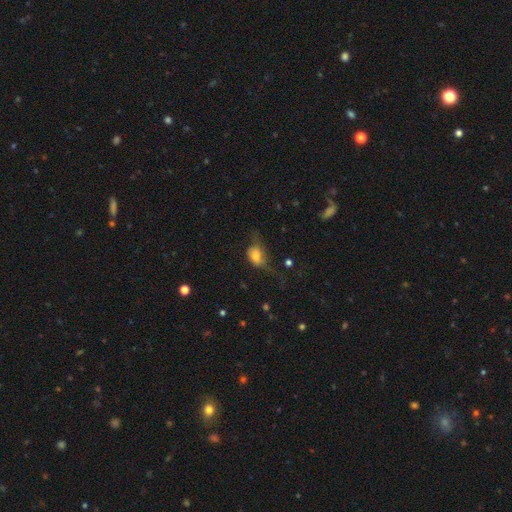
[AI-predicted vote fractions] This appears to be a smooth galaxy with no disk features (69%) that is in between round and cigar-shaped (70%). Merging: major disturbance (39%).